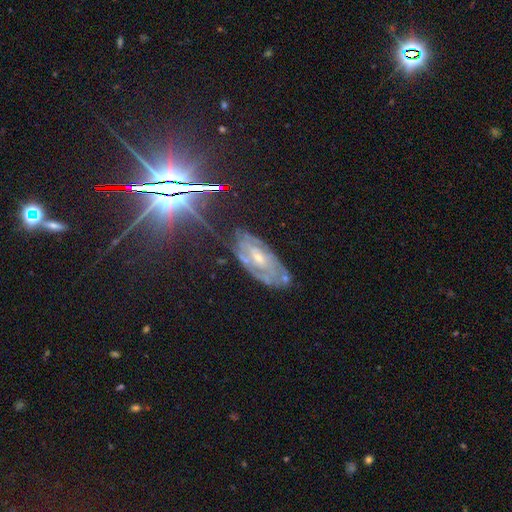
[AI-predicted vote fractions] Smooth or featured?
  - featured or disk: 67% *
  - star or artifact: 22%
  - smooth: 11%
Edge-on disk?
  - no: 88% *
  - yes: 12%
Bar?
  - no: 46% *
  - weak: 38%
  - strong: 15%
Spiral arms?
  - yes: 84% *
  - no: 16%
Bulge size?
  - small: 58% *
  - moderate: 37%
  - none: 2%
  - large: 1%
  - dominant: 1%
Merging?
  - none: 69% *
  - minor disturbance: 20%
  - major disturbance: 8%
  - merger: 2%